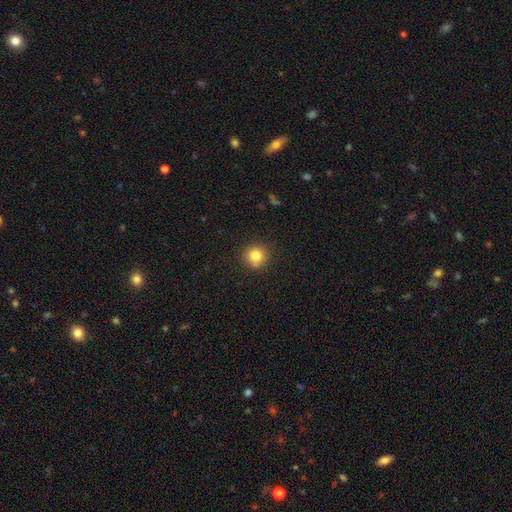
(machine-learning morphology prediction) A smooth galaxy with no disk features (82%) that is round (93%). Merging: none (84%).